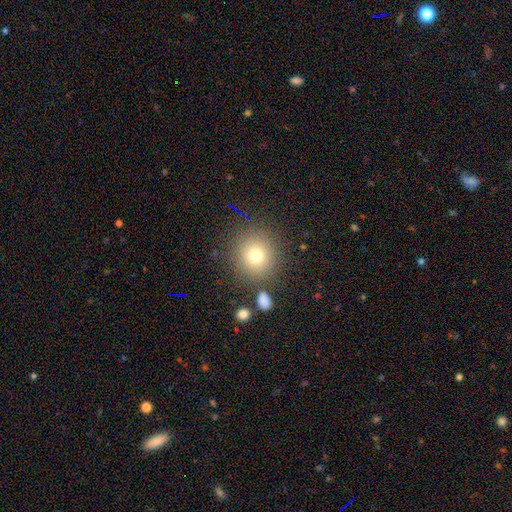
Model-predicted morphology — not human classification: smooth_or_featured: smooth (p=0.76) [alt: star or artifact p=0.14]
how_rounded: round (p=0.86) [alt: in between p=0.13]
merging: none (p=0.83) [alt: minor disturbance p=0.09]